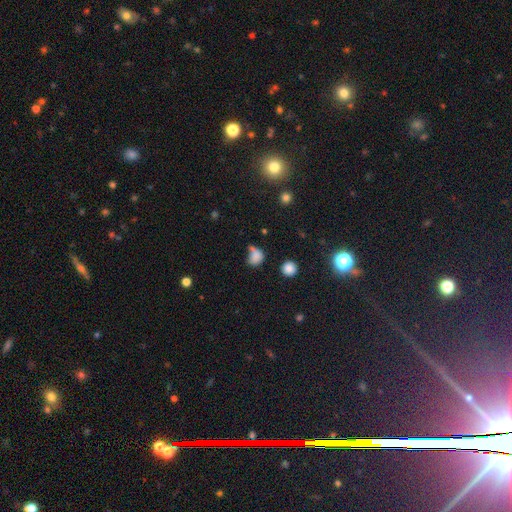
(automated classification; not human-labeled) smooth_or_featured: smooth (p=0.74) [alt: star or artifact p=0.15]
how_rounded: in between (p=0.51) [alt: round p=0.47]
merging: none (p=0.36) [alt: minor disturbance p=0.28]